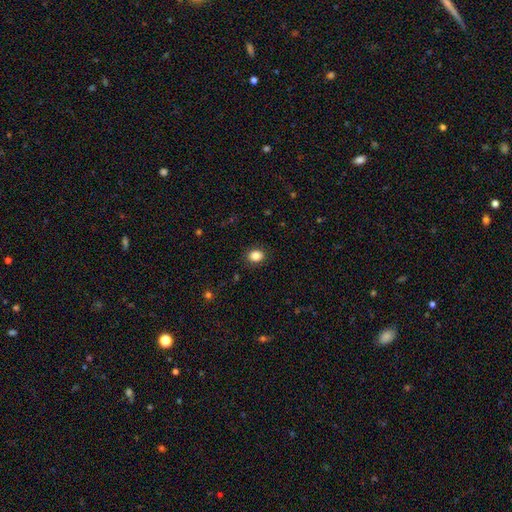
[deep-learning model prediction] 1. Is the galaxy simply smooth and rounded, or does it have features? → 86% smooth, 10% star or artifact, 5% featured or disk.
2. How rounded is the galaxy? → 53% round, 46% in between, 1% cigar-shaped.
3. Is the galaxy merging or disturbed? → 88% none, 9% minor disturbance, 3% major disturbance, 1% merger.